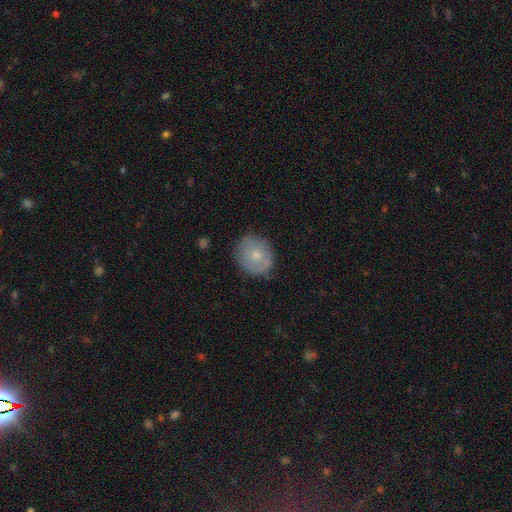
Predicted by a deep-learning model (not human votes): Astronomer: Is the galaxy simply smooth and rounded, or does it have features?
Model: smooth — 68%.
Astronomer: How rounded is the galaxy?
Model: round — 76%.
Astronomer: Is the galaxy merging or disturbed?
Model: none — 78%.